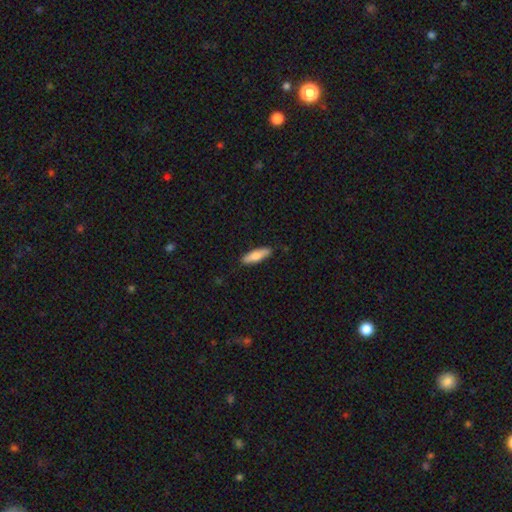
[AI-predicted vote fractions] Q: Smooth or featured?
A: smooth (75%); runner-up: featured or disk (19%)
Q: How rounded?
A: cigar-shaped (65%); runner-up: in between (34%)
Q: Merging?
A: none (88%); runner-up: minor disturbance (10%)